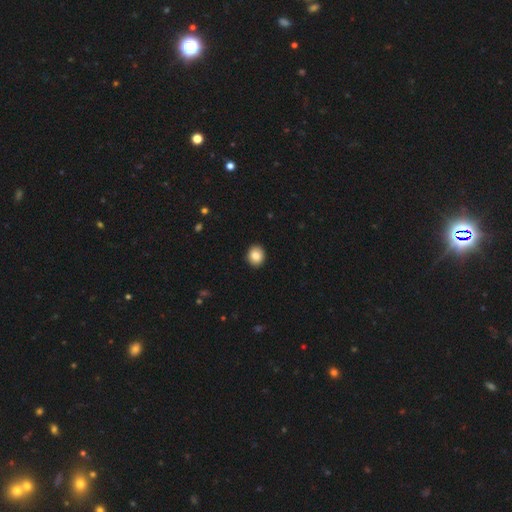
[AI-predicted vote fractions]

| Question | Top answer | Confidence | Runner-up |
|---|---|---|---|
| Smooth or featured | smooth | 85% | star or artifact (8%) |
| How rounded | round | 67% | in between (32%) |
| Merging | none | 92% | minor disturbance (6%) |